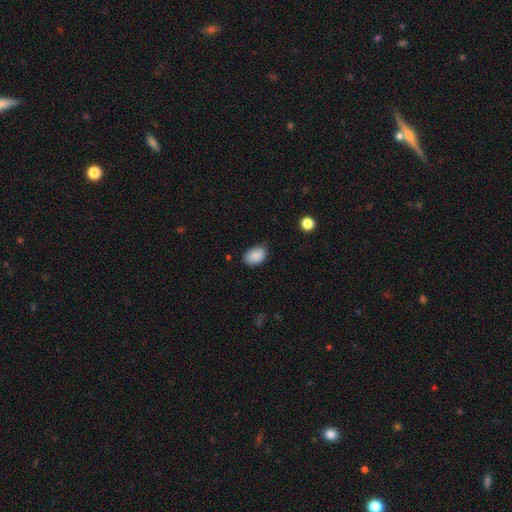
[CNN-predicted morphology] Smooth or featured? Predicted: smooth (p=0.89). How rounded? Predicted: in between (p=0.87). Merging? Predicted: none (p=0.78).